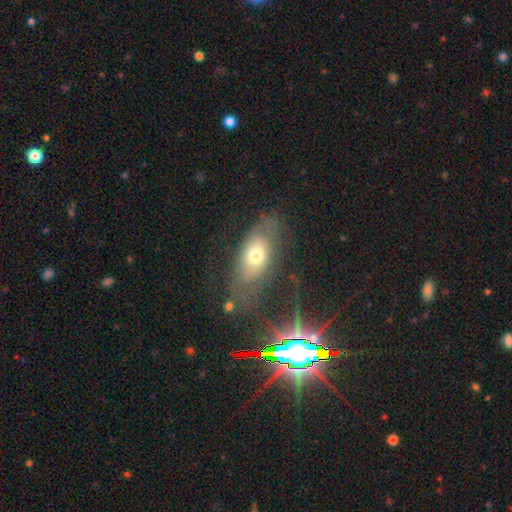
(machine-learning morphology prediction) smooth 55%, featured or disk 32%, star or artifact 13%. Down the decision tree: how rounded — in between (84%); merging — none (59%).